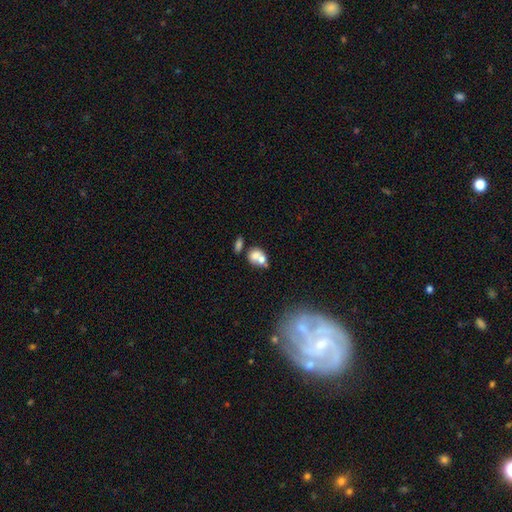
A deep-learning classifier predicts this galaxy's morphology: type=smooth (67%); roundness=in between (58%); merging=merger (60%).